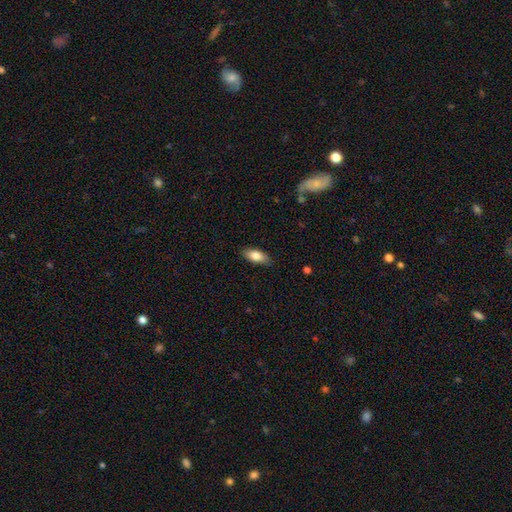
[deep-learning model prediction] Smooth or featured? smooth (81%)
How rounded? in between (83%)
Merging? none (86%)